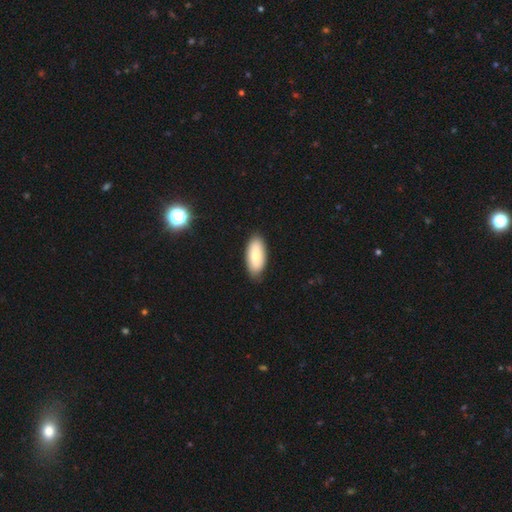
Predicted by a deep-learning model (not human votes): A smooth galaxy with no disk features (75%) that is in between round and cigar-shaped (86%).

Vote fractions:
- Smooth or featured? smooth: 75% / featured or disk: 19% / star or artifact: 6%
- How rounded? in between: 86% / cigar-shaped: 12% / round: 2%
- Merging? none: 87% / minor disturbance: 10% / major disturbance: 2% / merger: 1%